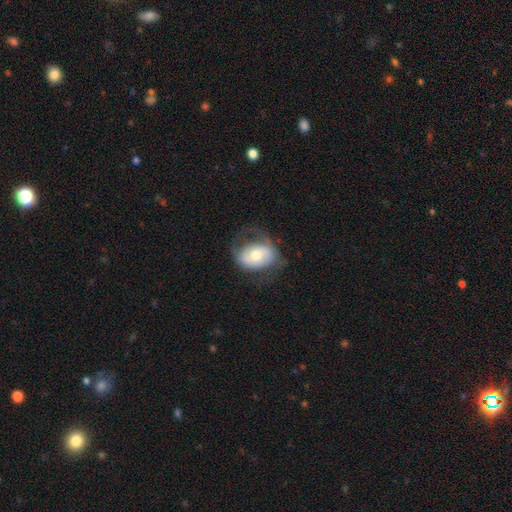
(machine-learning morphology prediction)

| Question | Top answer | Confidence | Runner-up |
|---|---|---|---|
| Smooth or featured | featured or disk | 48% | smooth (46%) |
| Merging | none | 49% | minor disturbance (25%) |